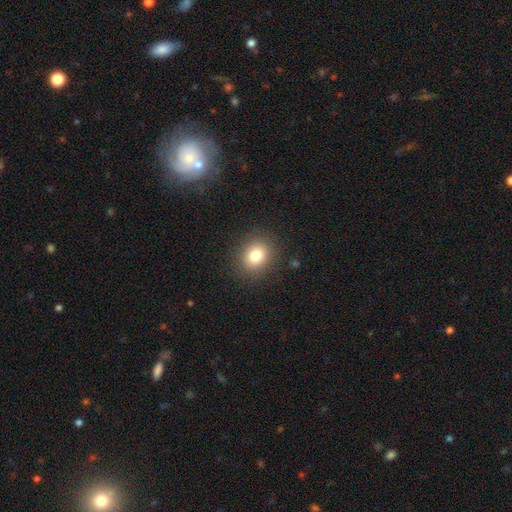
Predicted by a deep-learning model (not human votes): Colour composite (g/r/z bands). It shows a smooth galaxy with no disk features (80%) that is round (59%). Merging: none (88%).